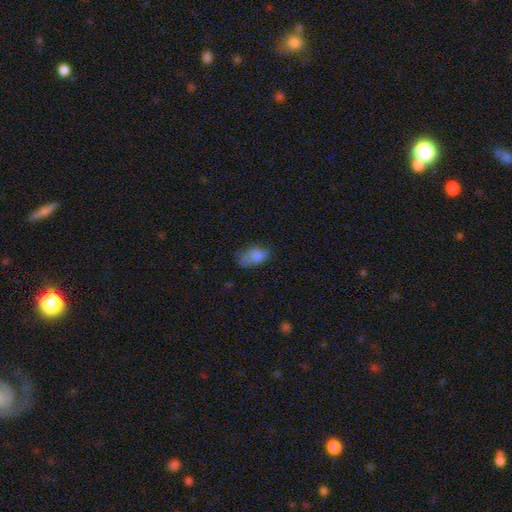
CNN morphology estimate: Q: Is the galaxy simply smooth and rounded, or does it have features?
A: smooth — 74%.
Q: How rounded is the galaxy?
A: in between — 89%.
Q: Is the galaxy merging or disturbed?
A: none — 42%.